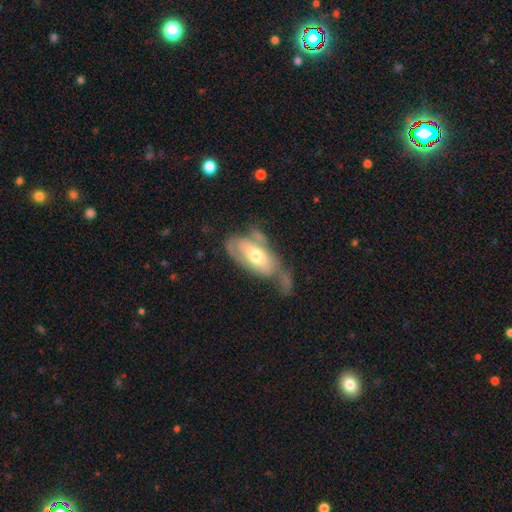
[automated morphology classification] Q: Smooth or featured?
A: featured or disk (52%); runner-up: smooth (42%)
Q: Edge-on disk?
A: no (85%); runner-up: yes (15%)
Q: Merging?
A: major disturbance (32%); runner-up: minor disturbance (27%)